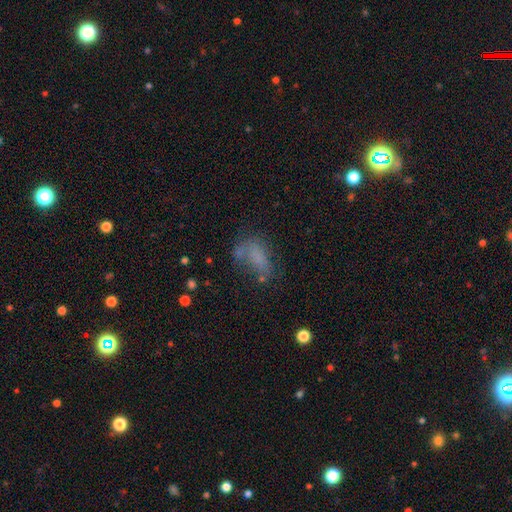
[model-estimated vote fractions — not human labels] The model was most divided on "merging": none: 36%, major disturbance: 29%, minor disturbance: 22%, merger: 12%. More confident: how rounded — in between (84%); smooth or featured — smooth (60%).